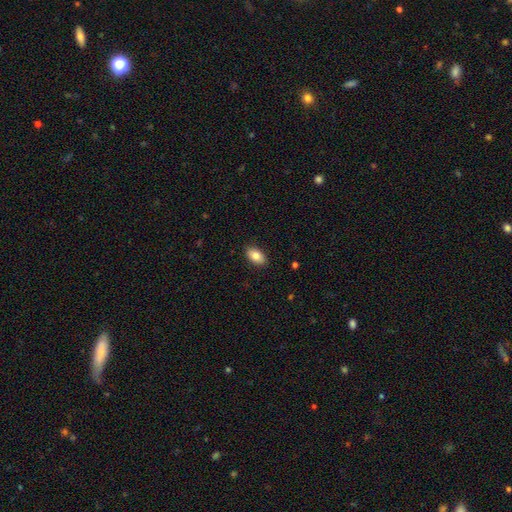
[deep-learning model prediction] Overall: smooth (84%). How rounded: in between (93%). Merging: none (89%).